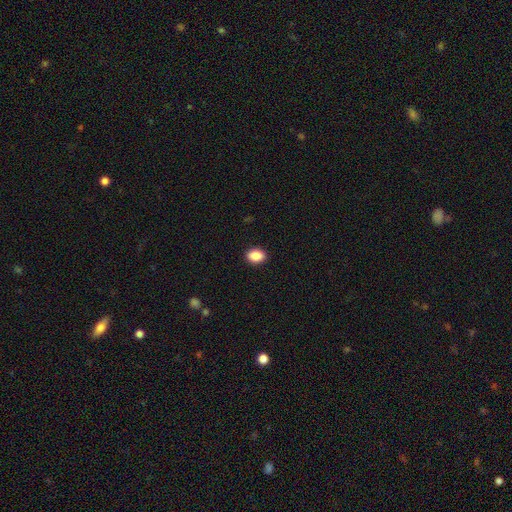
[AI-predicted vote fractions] The model was most divided on "how rounded": in between: 76%, round: 22%, cigar-shaped: 1%. More confident: merging — none (91%); smooth or featured — smooth (88%).